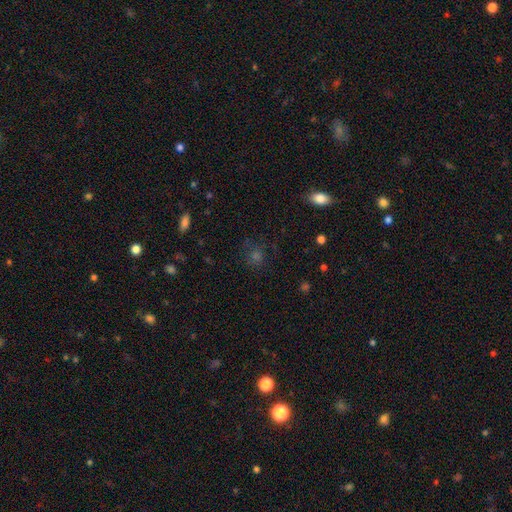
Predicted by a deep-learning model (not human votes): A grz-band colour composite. It shows a smooth galaxy with no disk features (51%) that is round (79%). Merging: none (79%).